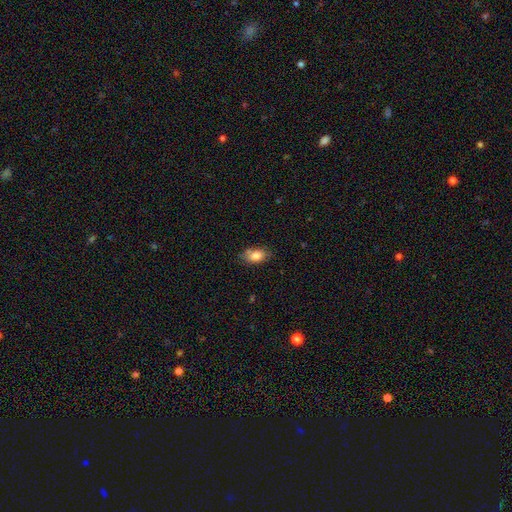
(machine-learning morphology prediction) Smooth or featured?
  - smooth: 81% *
  - featured or disk: 11%
  - star or artifact: 8%
How rounded?
  - in between: 88% *
  - round: 8%
  - cigar-shaped: 4%
Merging?
  - none: 68% *
  - minor disturbance: 23%
  - major disturbance: 5%
  - merger: 4%